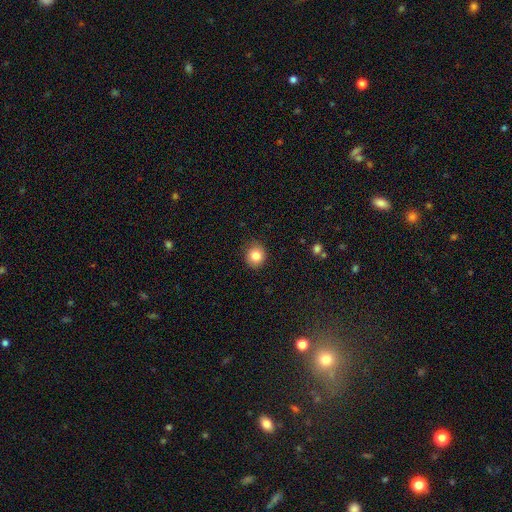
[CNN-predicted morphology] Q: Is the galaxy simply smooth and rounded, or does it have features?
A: smooth — 83%.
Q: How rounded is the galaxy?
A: round — 82%.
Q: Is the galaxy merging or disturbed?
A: none — 85%.